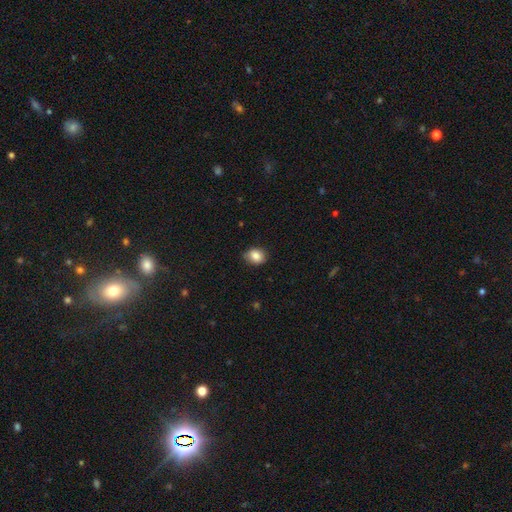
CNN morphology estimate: Q: Smooth or featured?
A: smooth (84%); runner-up: star or artifact (9%)
Q: How rounded?
A: round (54%); runner-up: in between (45%)
Q: Merging?
A: none (79%); runner-up: minor disturbance (17%)